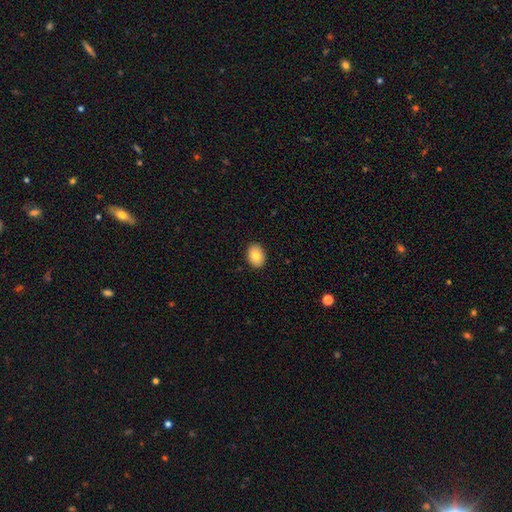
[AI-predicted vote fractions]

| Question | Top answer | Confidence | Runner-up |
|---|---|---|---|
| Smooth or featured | smooth | 81% | featured or disk (12%) |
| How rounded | in between | 72% | round (27%) |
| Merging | none | 91% | minor disturbance (7%) |